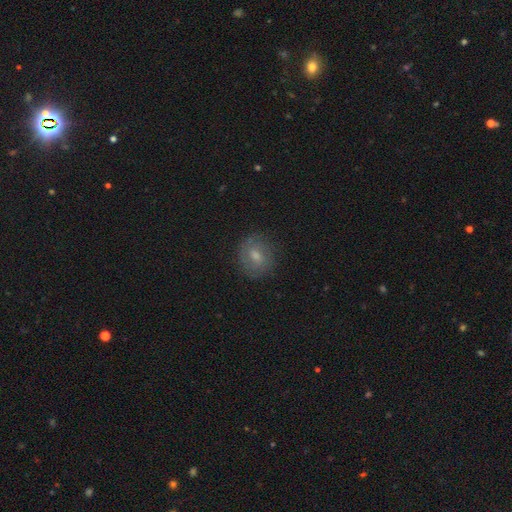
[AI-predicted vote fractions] A smooth galaxy with no disk features (55%) that is round (75%). Merging: none (81%).